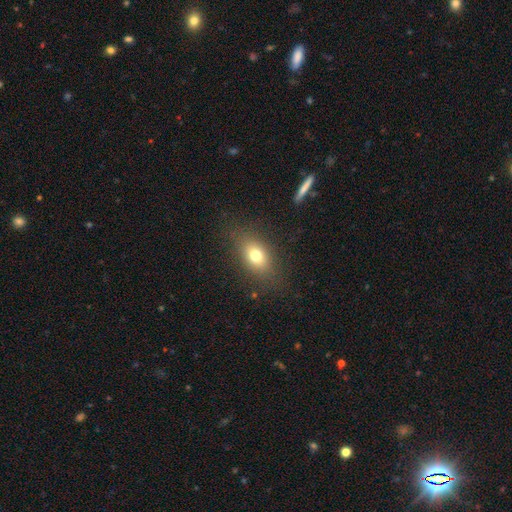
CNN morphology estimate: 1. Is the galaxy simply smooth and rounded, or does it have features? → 73% smooth, 15% featured or disk, 12% star or artifact.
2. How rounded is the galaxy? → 76% in between, 20% round, 4% cigar-shaped.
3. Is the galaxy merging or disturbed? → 82% none, 12% minor disturbance, 5% major disturbance, 1% merger.